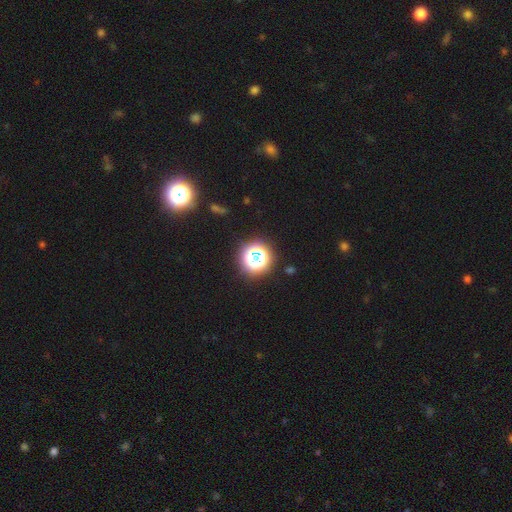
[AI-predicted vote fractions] Overall: star or artifact (64%; smooth 26%).